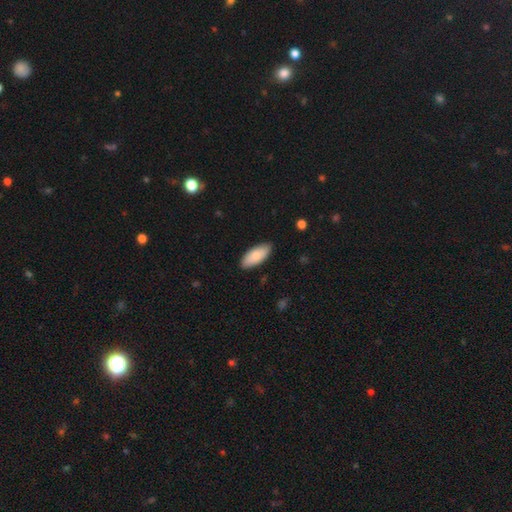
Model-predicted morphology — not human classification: A smooth galaxy with no disk features (86%) that is in between round and cigar-shaped (87%). Merging: none (86%).